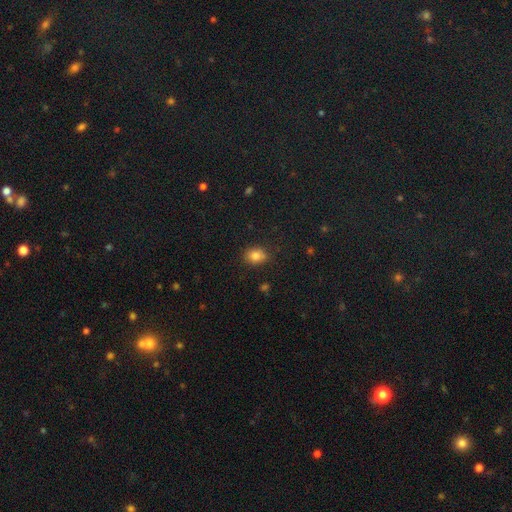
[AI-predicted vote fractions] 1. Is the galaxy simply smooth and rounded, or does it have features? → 81% smooth, 11% star or artifact, 8% featured or disk.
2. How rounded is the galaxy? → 50% round, 49% in between, 1% cigar-shaped.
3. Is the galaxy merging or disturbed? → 77% none, 16% minor disturbance, 3% major disturbance, 3% merger.